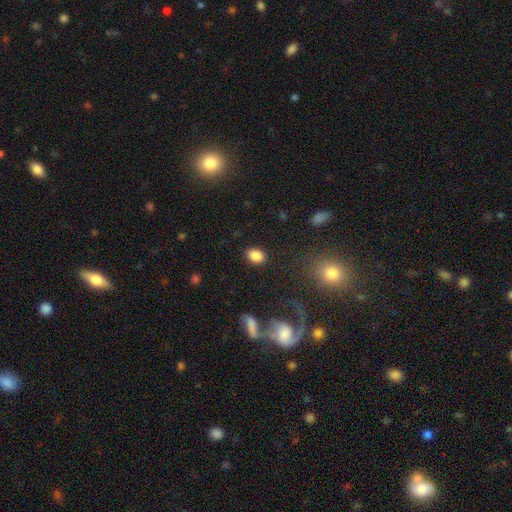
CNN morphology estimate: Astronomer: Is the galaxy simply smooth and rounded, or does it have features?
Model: smooth — 85%.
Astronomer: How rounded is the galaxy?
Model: in between — 66%.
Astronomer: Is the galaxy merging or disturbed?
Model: none — 86%.